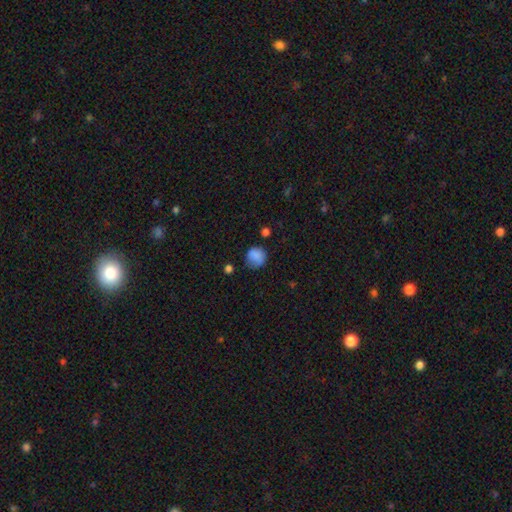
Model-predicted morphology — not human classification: The model was most divided on "merging": none: 63%, minor disturbance: 25%, major disturbance: 9%, merger: 3%. More confident: smooth or featured — smooth (83%); how rounded — round (83%).